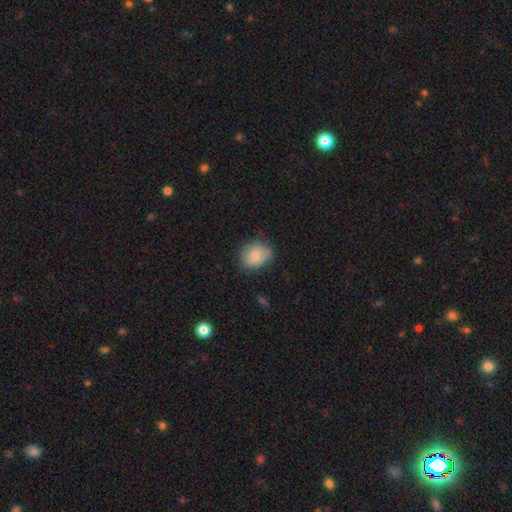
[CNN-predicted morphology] This is clearly a smooth galaxy (82%). How rounded: possibly round (59%). Merging: likely none (70%).